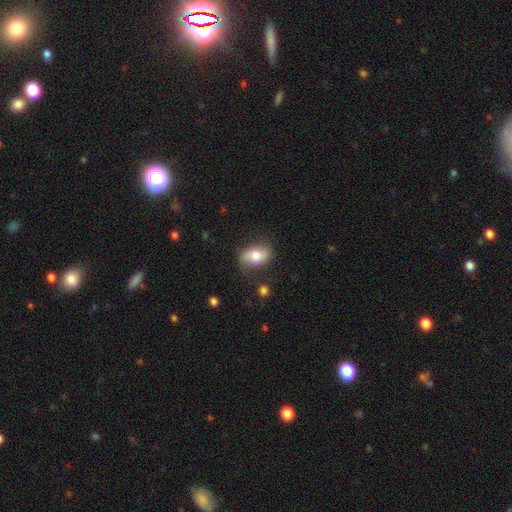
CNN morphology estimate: smooth-or-featured: smooth: 61% | featured or disk: 31% | star or artifact: 8%
  how-rounded: in between: 81% | round: 17% | cigar-shaped: 2%
  merging: none: 72% | minor disturbance: 20% | major disturbance: 6% | merger: 2%